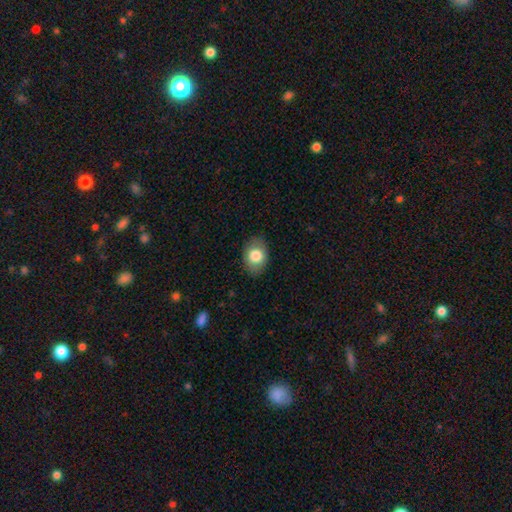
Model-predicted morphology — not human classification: Smooth or featured: smooth — 80% (featured or disk — 12%)
How rounded: in between — 72% (round — 27%)
Merging: none — 85% (minor disturbance — 11%)